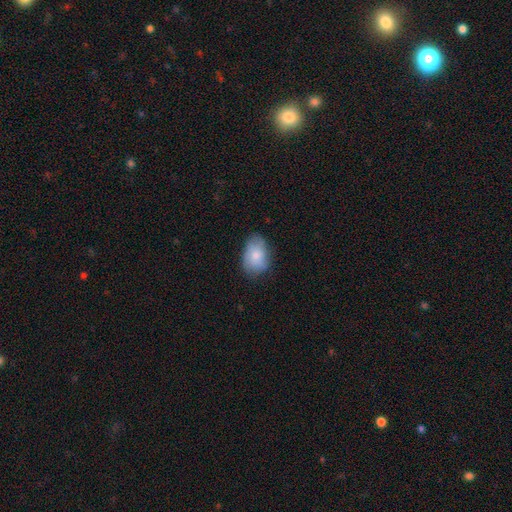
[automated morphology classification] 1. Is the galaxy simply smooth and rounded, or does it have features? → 76% smooth, 18% featured or disk, 7% star or artifact.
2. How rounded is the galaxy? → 83% in between, 15% round, 1% cigar-shaped.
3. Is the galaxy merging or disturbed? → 68% none, 25% minor disturbance, 6% major disturbance, 1% merger.